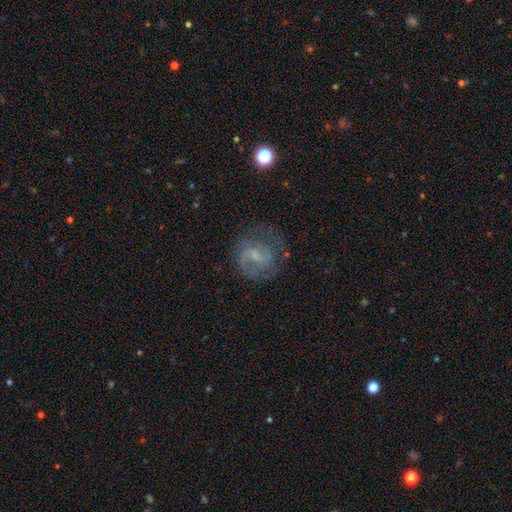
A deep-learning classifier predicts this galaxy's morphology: A featured or disk galaxy (72%) with a weak bar (58%), 2 (67%) medium (49%) spiral arms (87%) and a small central bulge (55%). Merging: none (63%).